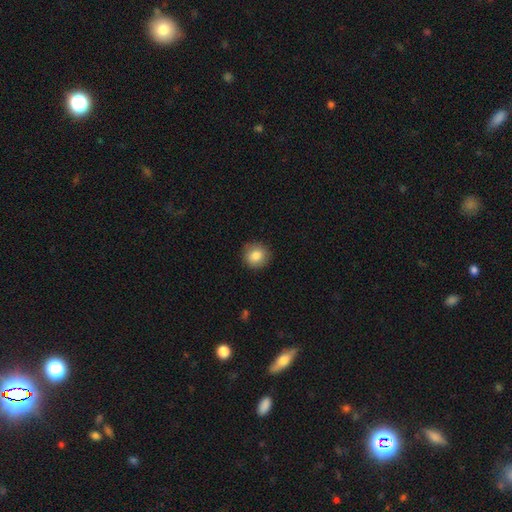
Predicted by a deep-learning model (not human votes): This appears to be a smooth galaxy with no disk features (84%) that is round (90%). Merging: none (88%).